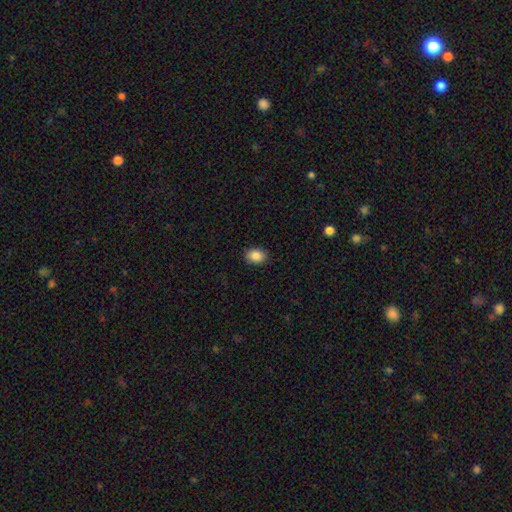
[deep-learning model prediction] Smooth or featured: smooth — 87% (star or artifact — 9%)
How rounded: in between — 63% (round — 37%)
Merging: none — 89% (minor disturbance — 8%)